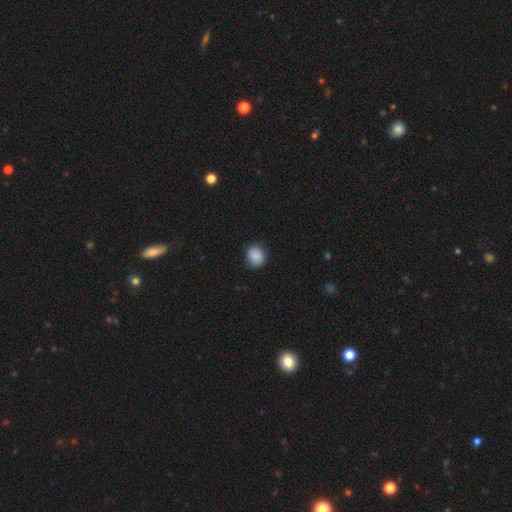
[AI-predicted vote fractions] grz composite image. It shows a smooth galaxy with no disk features (86%) that is round (57%). Merging: none (84%).